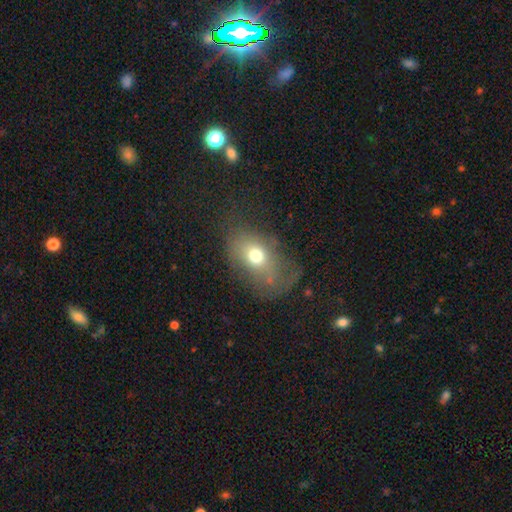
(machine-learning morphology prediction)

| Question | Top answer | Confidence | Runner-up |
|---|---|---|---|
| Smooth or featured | smooth | 65% | featured or disk (22%) |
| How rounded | in between | 74% | round (24%) |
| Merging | none | 45% | major disturbance (29%) |